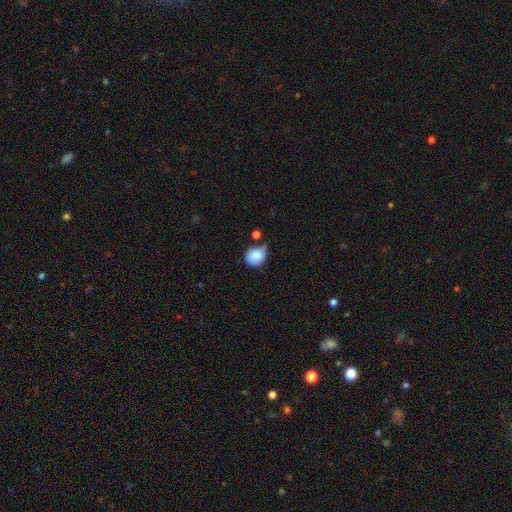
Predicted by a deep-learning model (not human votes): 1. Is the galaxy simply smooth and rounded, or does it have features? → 84% smooth, 8% star or artifact, 8% featured or disk.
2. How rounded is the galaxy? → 76% round, 23% in between, 1% cigar-shaped.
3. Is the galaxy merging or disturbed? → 45% none, 35% minor disturbance, 11% merger, 10% major disturbance.